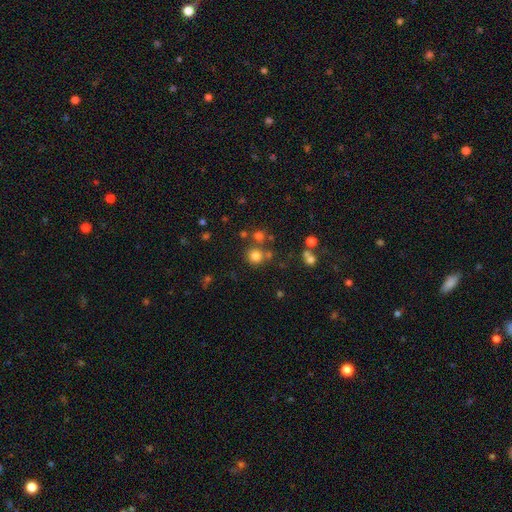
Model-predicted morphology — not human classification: Overall: smooth (76%). How rounded: round (92%). Merging: none (74%).